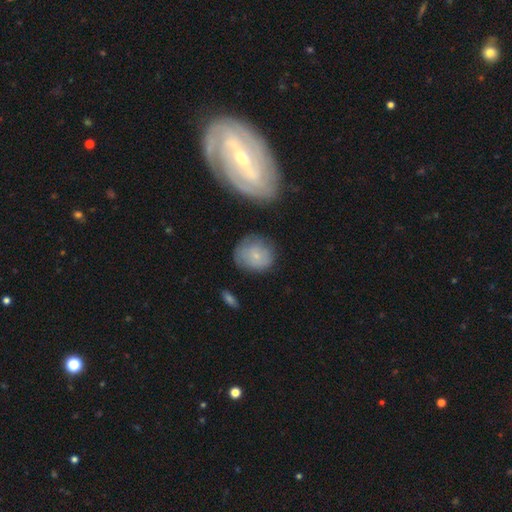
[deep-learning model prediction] Smooth or featured? smooth (68%)
How rounded? round (76%)
Merging? none (68%)